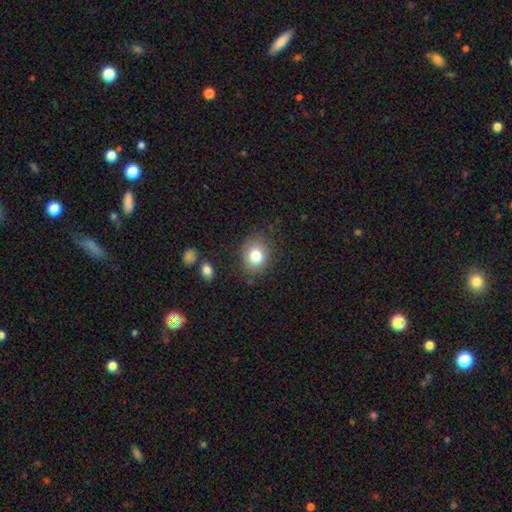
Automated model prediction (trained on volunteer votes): The model was most divided on "how rounded": round: 61%, in between: 38%, cigar-shaped: 1%. More confident: merging — none (81%); smooth or featured — smooth (79%).